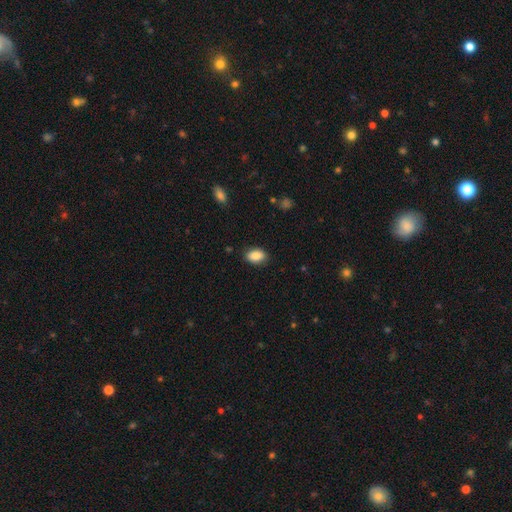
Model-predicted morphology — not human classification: smooth 87%, star or artifact 8%, featured or disk 5%. Down the decision tree: how rounded — in between (89%); merging — none (86%).